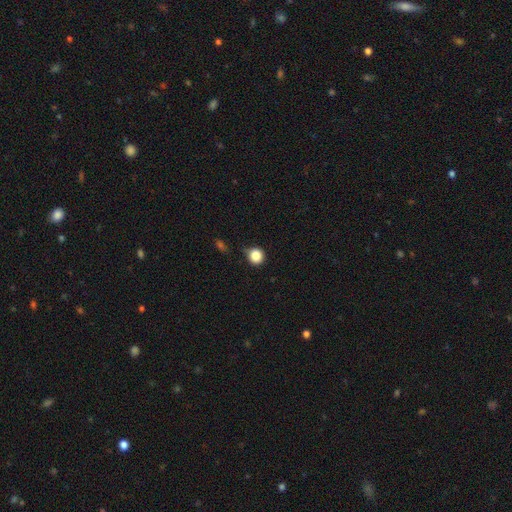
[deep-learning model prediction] Morphology: type=smooth (86%); roundness=round (92%); merging=none (73%).